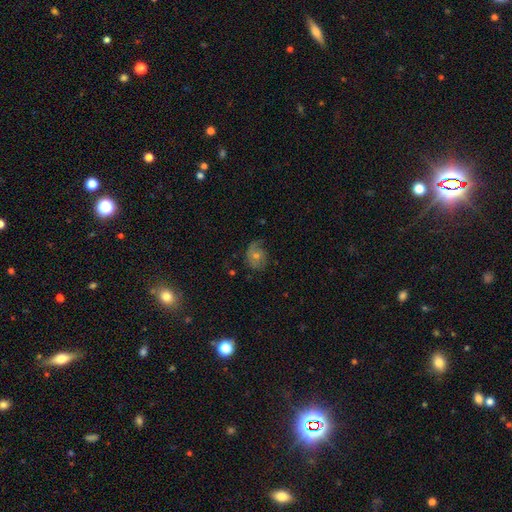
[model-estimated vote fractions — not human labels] Smooth or featured? Predicted: featured or disk (p=0.55). Edge-on disk? Predicted: no (p=0.96). Bar? Predicted: no (p=0.80). Spiral arms? Predicted: yes (p=0.79). Bulge size? Predicted: moderate (p=0.52). Merging? Predicted: none (p=0.61).